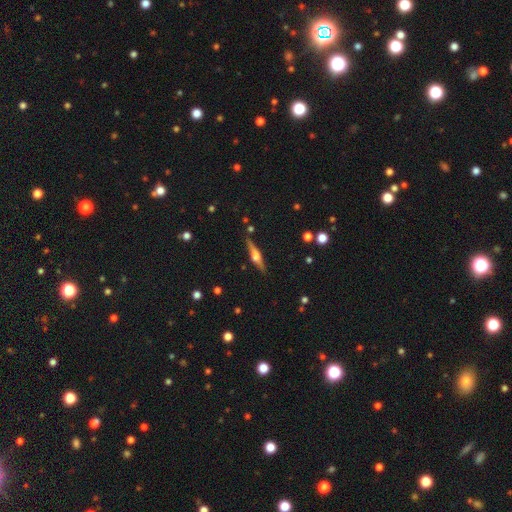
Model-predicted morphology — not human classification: The model was most divided on "smooth or featured": featured or disk: 74%, smooth: 19%, star or artifact: 7%. More confident: edge-on disk — yes (97%); edge-on bulge — rounded (87%); merging — none (87%).